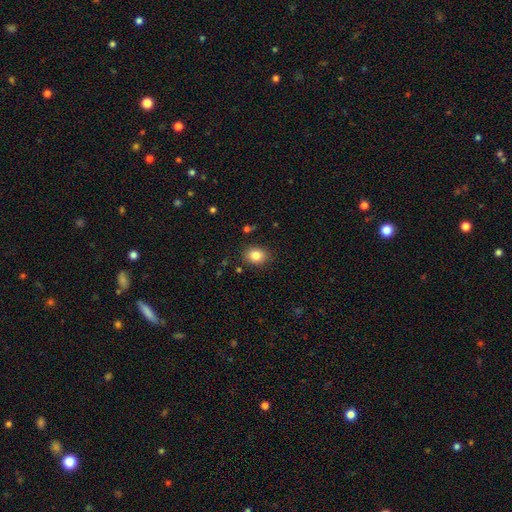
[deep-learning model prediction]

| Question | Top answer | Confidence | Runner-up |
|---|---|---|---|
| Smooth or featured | smooth | 84% | star or artifact (10%) |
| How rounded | in between | 56% | round (43%) |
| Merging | none | 86% | minor disturbance (10%) |